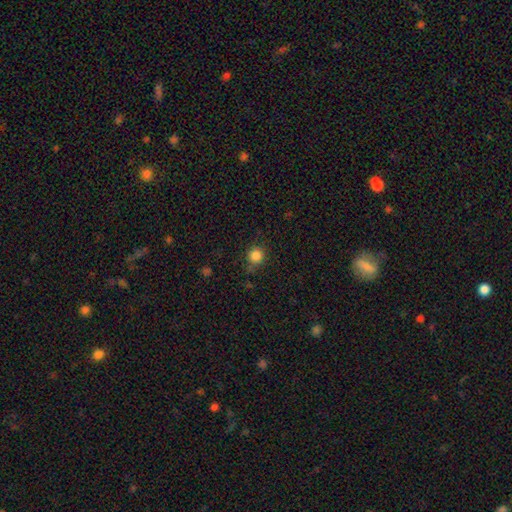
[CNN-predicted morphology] Smooth or featured: smooth — 84% (star or artifact — 12%)
How rounded: round — 92% (in between — 7%)
Merging: none — 79% (minor disturbance — 14%)